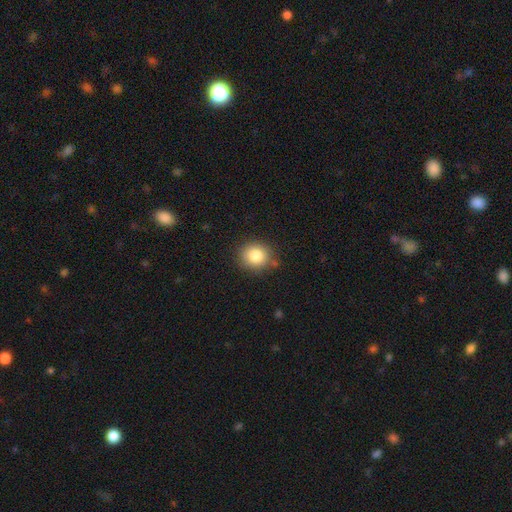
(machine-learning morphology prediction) The model was most divided on "how rounded": round: 82%, in between: 17%, cigar-shaped: 1%. More confident: smooth or featured — smooth (84%); merging — none (84%).